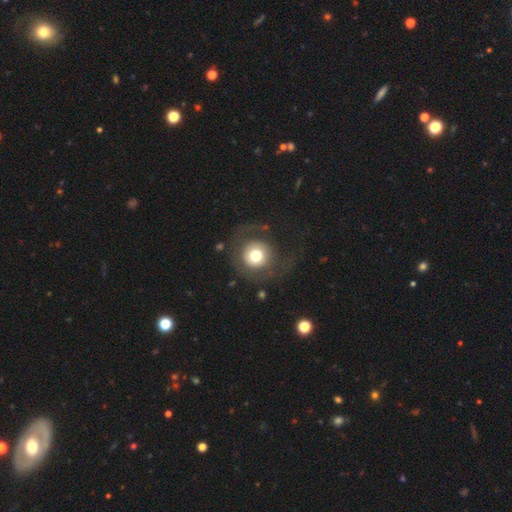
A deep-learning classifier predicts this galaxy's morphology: A smooth galaxy with no disk features (58%) that is round (92%).

Vote fractions:
- Smooth or featured? smooth: 58% / featured or disk: 33% / star or artifact: 9%
- How rounded? round: 92% / in between: 7% / cigar-shaped: 1%
- Merging? none: 59% / major disturbance: 25% / minor disturbance: 14% / merger: 2%